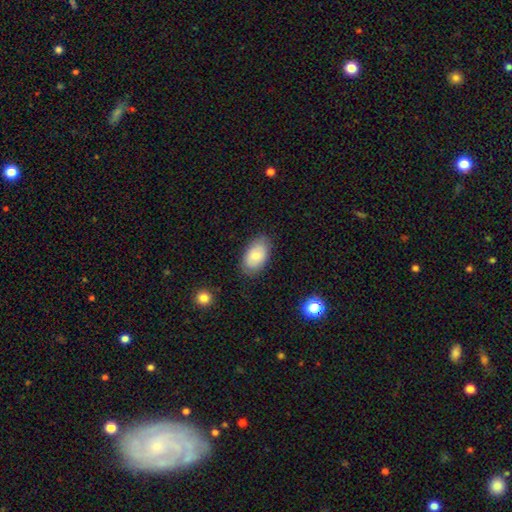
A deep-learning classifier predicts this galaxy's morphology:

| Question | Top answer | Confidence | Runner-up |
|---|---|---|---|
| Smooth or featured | smooth | 78% | featured or disk (15%) |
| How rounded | in between | 93% | round (6%) |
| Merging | none | 80% | minor disturbance (15%) |